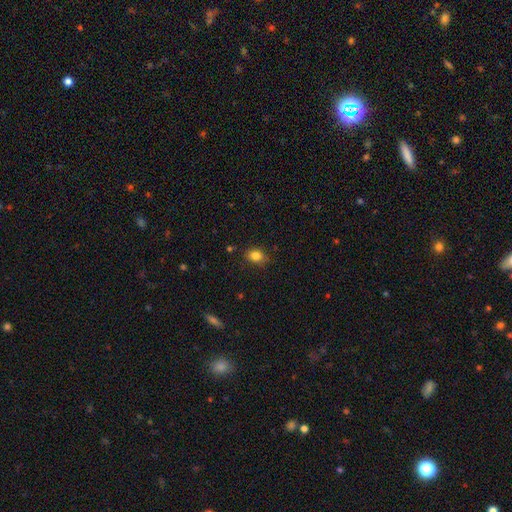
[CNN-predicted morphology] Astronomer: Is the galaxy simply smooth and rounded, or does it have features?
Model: smooth — 83%.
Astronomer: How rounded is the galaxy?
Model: in between — 63%.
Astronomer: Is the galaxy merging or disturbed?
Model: none — 80%.